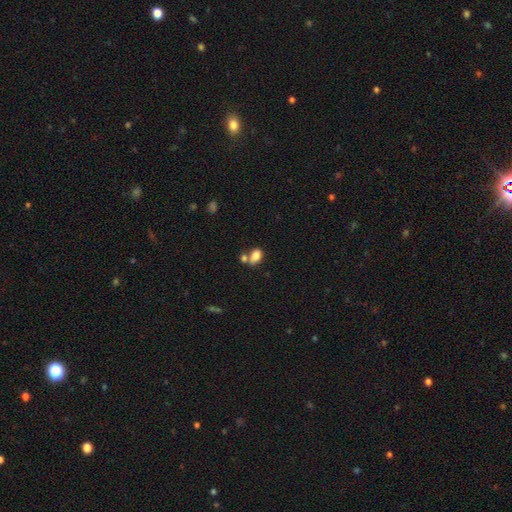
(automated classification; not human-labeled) Smooth or featured?
  - smooth: 81% *
  - star or artifact: 10%
  - featured or disk: 9%
How rounded?
  - in between: 83% *
  - round: 15%
  - cigar-shaped: 2%
Merging?
  - none: 47% *
  - merger: 35%
  - minor disturbance: 13%
  - major disturbance: 5%